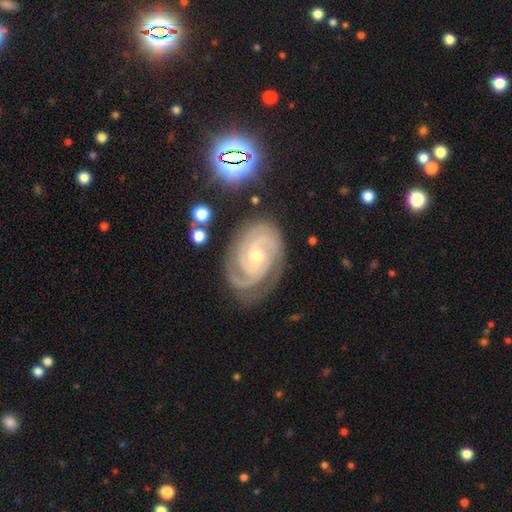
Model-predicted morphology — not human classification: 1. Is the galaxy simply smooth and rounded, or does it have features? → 90% featured or disk, 6% star or artifact, 4% smooth.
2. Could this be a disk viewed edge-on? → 97% no, 3% yes.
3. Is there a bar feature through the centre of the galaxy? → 63% no, 28% weak, 10% strong.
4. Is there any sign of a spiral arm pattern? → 98% yes, 2% no.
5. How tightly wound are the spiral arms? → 73% tight, 24% medium, 3% loose.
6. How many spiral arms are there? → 38% 2, 35% 3, 10% can't tell, 8% 4, 4% 1, 4% more than 4.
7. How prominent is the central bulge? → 55% small, 42% moderate, 1% large, 1% none, 1% dominant.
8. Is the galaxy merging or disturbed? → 76% none, 17% minor disturbance, 5% major disturbance, 2% merger.